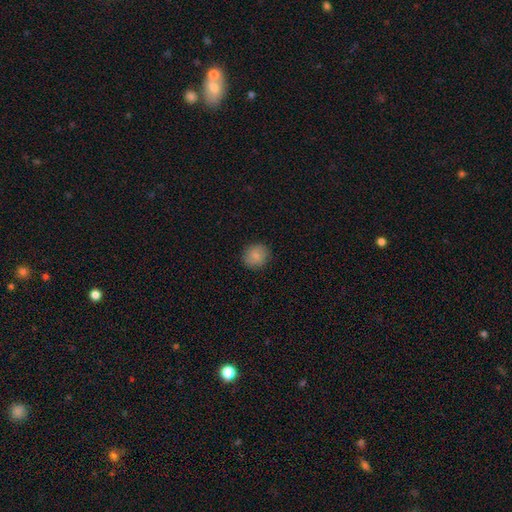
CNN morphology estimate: smooth_or_featured: smooth (p=0.83) [alt: star or artifact p=0.09]
how_rounded: round (p=0.85) [alt: in between p=0.14]
merging: none (p=0.88) [alt: minor disturbance p=0.09]